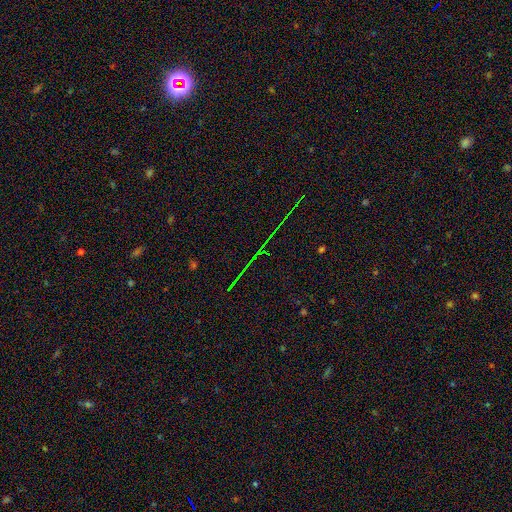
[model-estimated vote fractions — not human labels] Smooth or featured? star or artifact (80%)